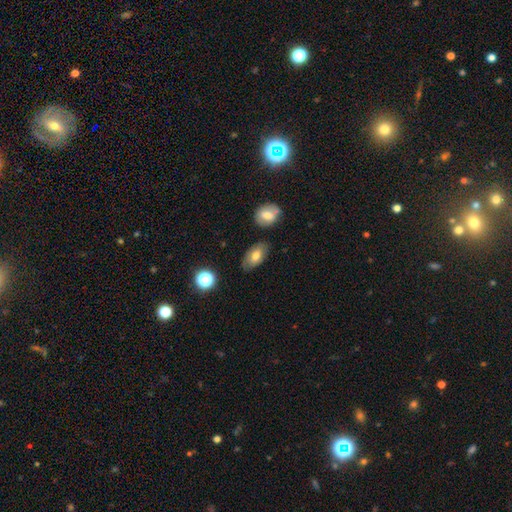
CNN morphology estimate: Smooth or featured? Predicted: smooth (p=0.70). How rounded? Predicted: in between (p=0.92). Merging? Predicted: none (p=0.76).